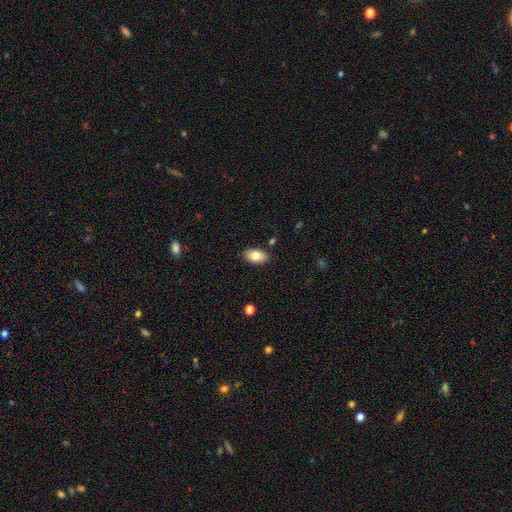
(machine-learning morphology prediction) smooth-or-featured: smooth: 79% | featured or disk: 14% | star or artifact: 7%
  how-rounded: in between: 93% | round: 5% | cigar-shaped: 2%
  merging: none: 87% | minor disturbance: 10% | major disturbance: 2% | merger: 2%